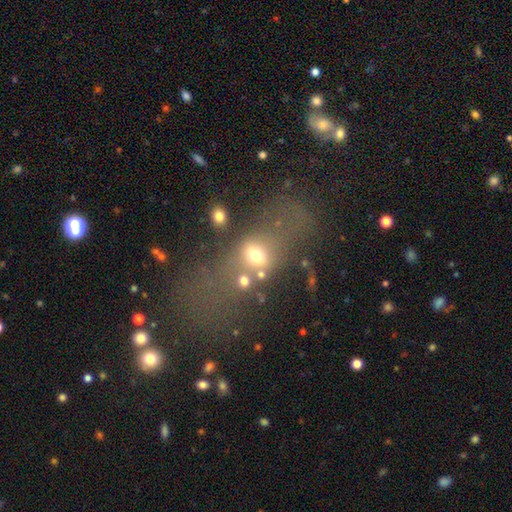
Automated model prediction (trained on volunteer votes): smooth_or_featured: smooth (p=0.53) [alt: featured or disk p=0.24]
how_rounded: in between (p=0.64) [alt: round p=0.27]
merging: none (p=0.35) [alt: major disturbance p=0.25]